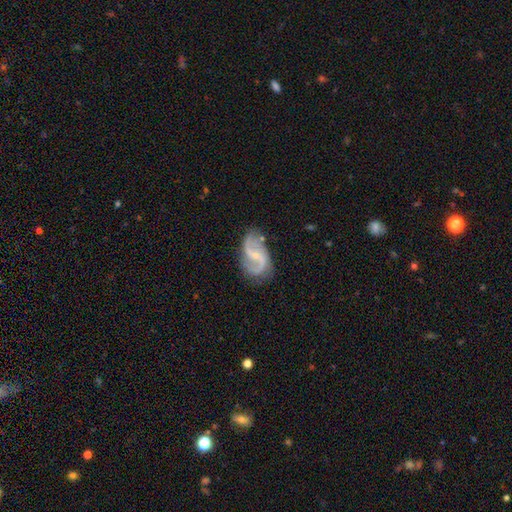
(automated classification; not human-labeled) Morphology: type=featured or disk (86%); edge-on=no (98%); bar=weak (49%); spiral arms=yes (95%); winding=loose (63%); arm count=2 (90%); bulge=small (62%); merging=none (69%).